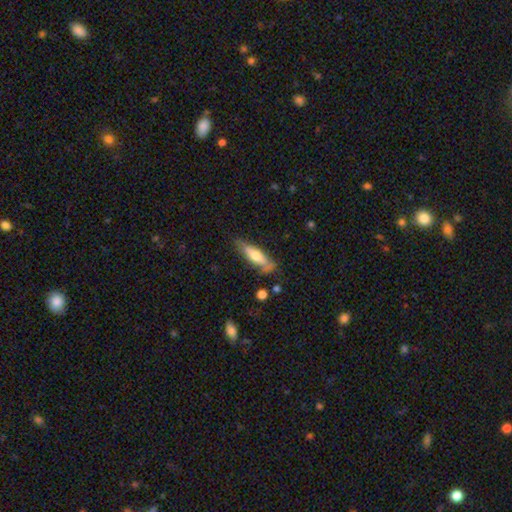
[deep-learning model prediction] The model was most divided on "how rounded": cigar-shaped: 57%, in between: 41%, round: 2%. More confident: merging — none (67%); smooth or featured — smooth (58%).